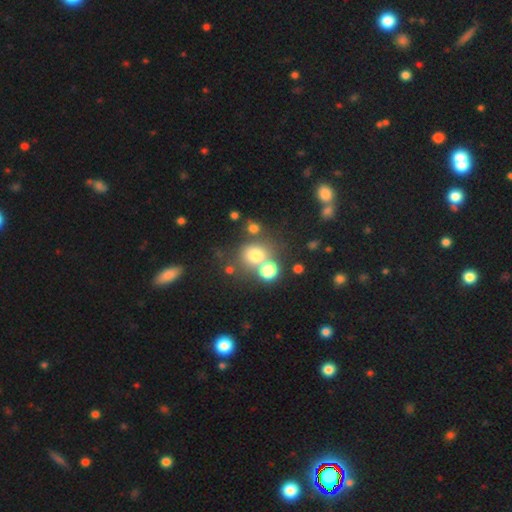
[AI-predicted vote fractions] A smooth galaxy with no disk features (70%) that is round (79%). Merging: none (57%).